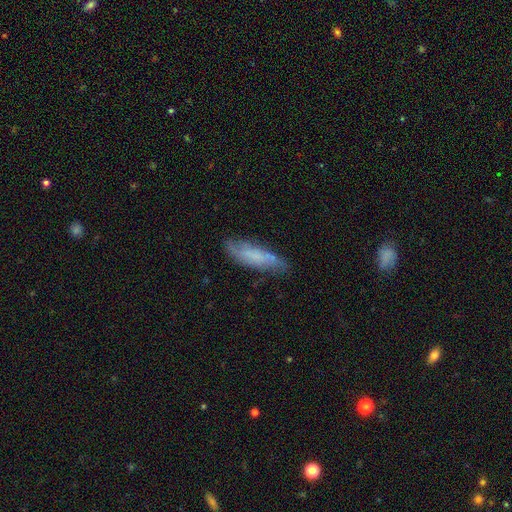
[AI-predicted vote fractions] Morphology: type=featured or disk (46%, tied with smooth); merging=none (66%).